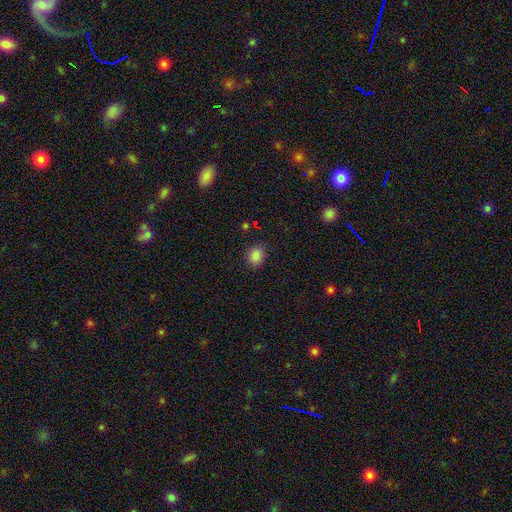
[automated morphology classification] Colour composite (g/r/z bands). It shows a smooth galaxy with no disk features (85%) that is round (67%). Merging: none (88%).